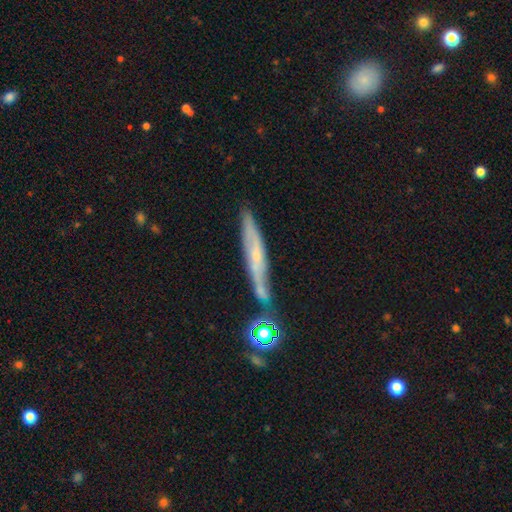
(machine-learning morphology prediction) smooth_or_featured: featured or disk (p=0.62) [alt: smooth p=0.29]
disk_edge_on: yes (p=0.71) [alt: no p=0.29]
merging: none (p=0.63) [alt: minor disturbance p=0.21]